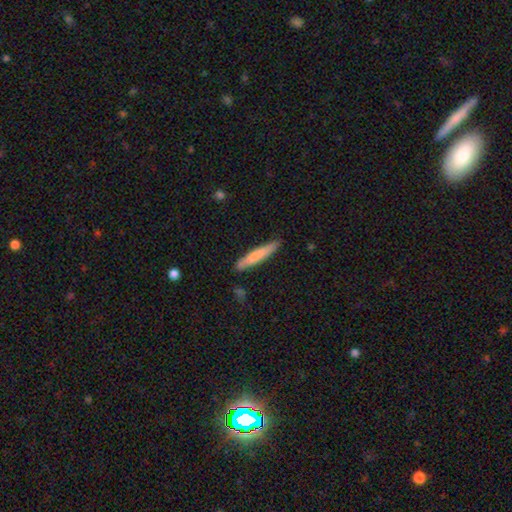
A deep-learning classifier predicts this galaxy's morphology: Smooth or featured: smooth — 74% (featured or disk — 21%)
How rounded: cigar-shaped — 93% (in between — 6%)
Merging: none — 82% (minor disturbance — 14%)